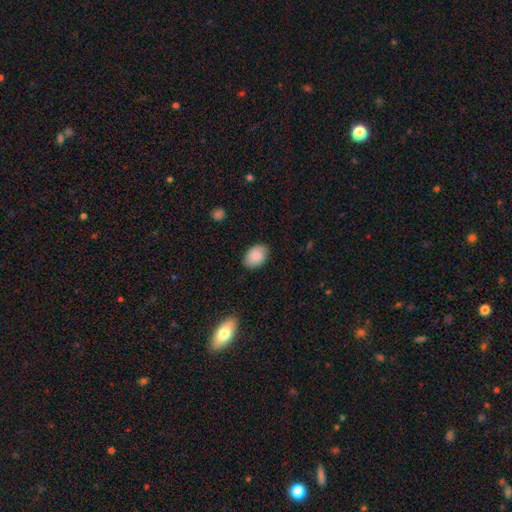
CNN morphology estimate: A smooth galaxy with no disk features (85%) that is in between round and cigar-shaped (83%).

Vote fractions:
- Smooth or featured? smooth: 85% / featured or disk: 8% / star or artifact: 7%
- How rounded? in between: 83% / round: 16% / cigar-shaped: 1%
- Merging? none: 83% / minor disturbance: 13% / major disturbance: 2% / merger: 1%